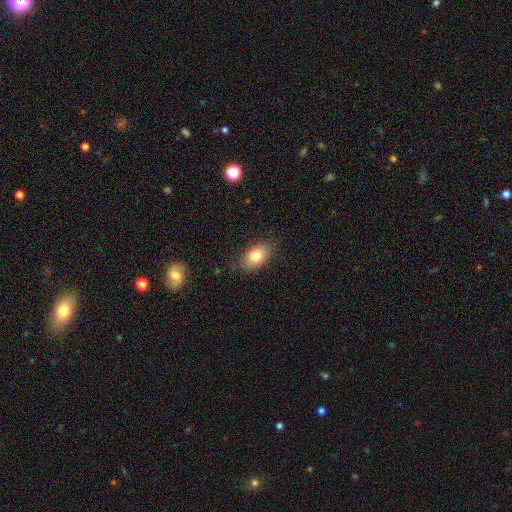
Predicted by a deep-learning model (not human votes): Smooth or featured? smooth (79%)
How rounded? in between (85%)
Merging? none (79%)